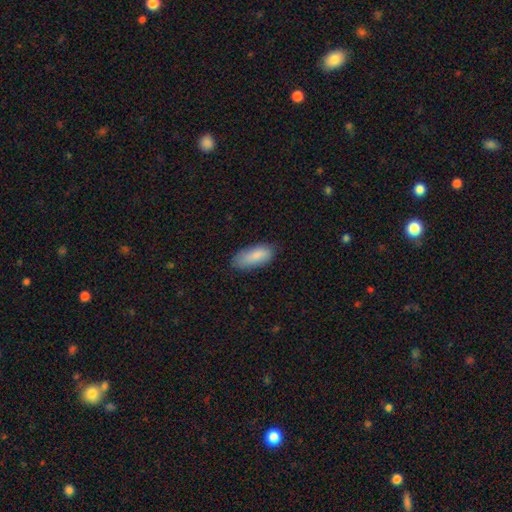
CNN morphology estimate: This appears to be a smooth galaxy with no disk features (86%) that is in between round and cigar-shaped (83%). Merging: none (73%).